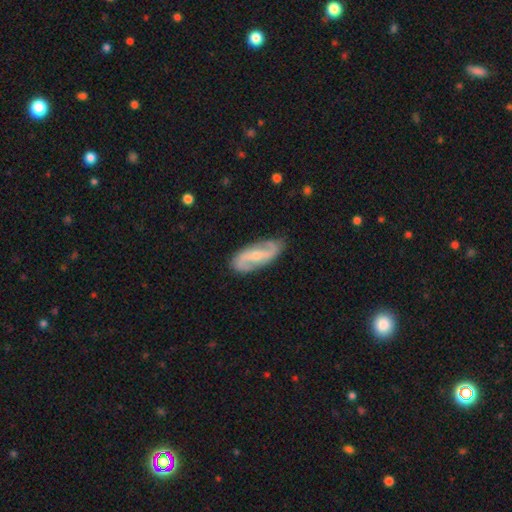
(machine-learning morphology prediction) This appears to be a featured or disk galaxy (79%) with a weak bar (43%), 2 (91%) loose (45%) spiral arms (92%) and a small central bulge (59%). Merging: none (84%).